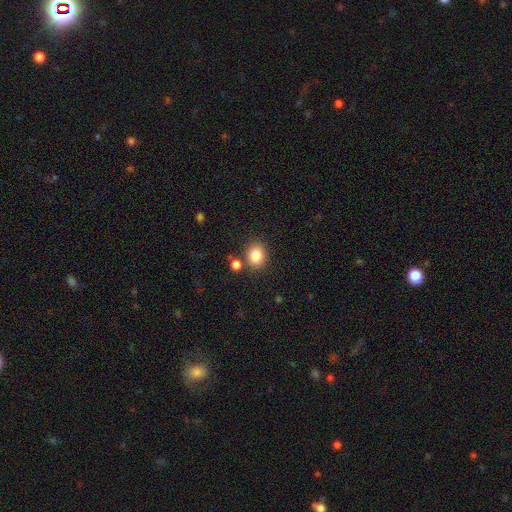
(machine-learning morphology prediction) This is clearly a smooth galaxy (84%). How rounded: likely round (66%). Merging: likely none (79%).